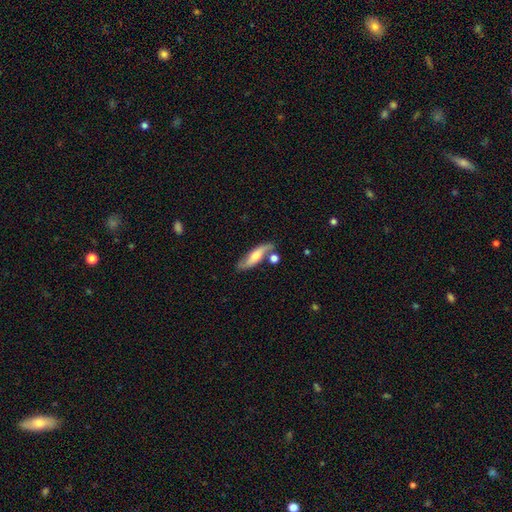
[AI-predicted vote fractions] The model was most divided on "edge-on disk": no: 58%, yes: 42%. More confident: merging — none (65%); smooth or featured — featured or disk (59%).